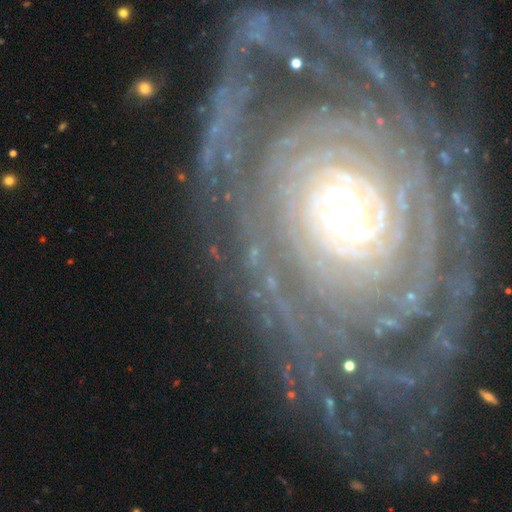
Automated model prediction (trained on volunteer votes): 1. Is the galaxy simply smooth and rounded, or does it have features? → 84% featured or disk, 10% star or artifact, 7% smooth.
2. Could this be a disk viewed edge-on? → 95% no, 5% yes.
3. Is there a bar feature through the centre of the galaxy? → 53% no, 27% weak, 20% strong.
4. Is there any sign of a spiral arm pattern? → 94% yes, 6% no.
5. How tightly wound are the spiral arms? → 82% tight, 14% medium, 4% loose.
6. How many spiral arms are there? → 32% can't tell, 21% more than 4, 13% 4, 13% 2, 12% 3, 10% 1.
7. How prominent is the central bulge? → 51% moderate, 31% small, 14% large, 2% dominant, 2% none.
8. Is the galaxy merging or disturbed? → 74% none, 14% minor disturbance, 10% major disturbance, 3% merger.